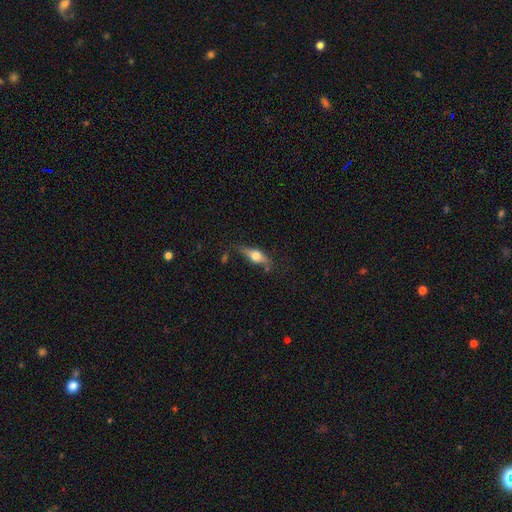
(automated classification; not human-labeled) featured or disk 48%, smooth 45%, star or artifact 7%. Down the decision tree: merging — none (66%).